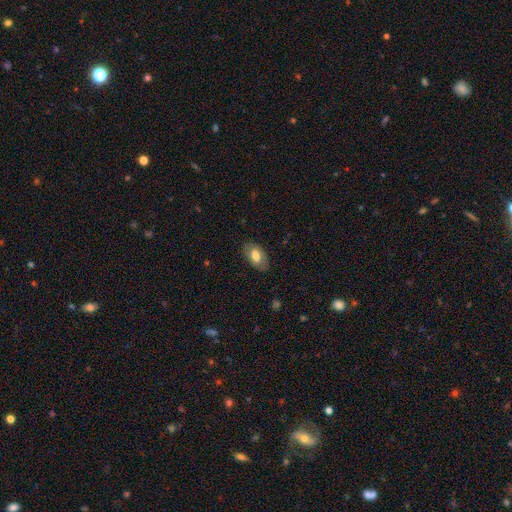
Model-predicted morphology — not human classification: The model was most divided on "smooth or featured": smooth: 61%, featured or disk: 33%, star or artifact: 7%. More confident: how rounded — in between (93%); merging — none (81%).